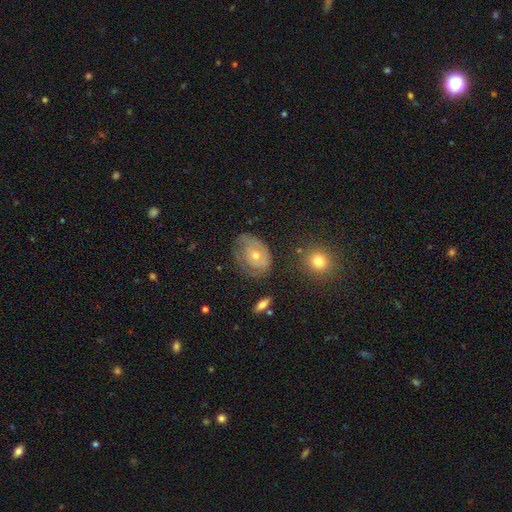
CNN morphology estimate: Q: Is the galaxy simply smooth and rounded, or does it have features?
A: featured or disk — 67%.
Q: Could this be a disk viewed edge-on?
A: no — 96%.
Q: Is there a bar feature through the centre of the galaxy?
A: no — 80%.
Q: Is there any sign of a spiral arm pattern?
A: yes — 76%.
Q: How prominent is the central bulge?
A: small — 51%.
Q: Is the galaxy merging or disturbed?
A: none — 57%.